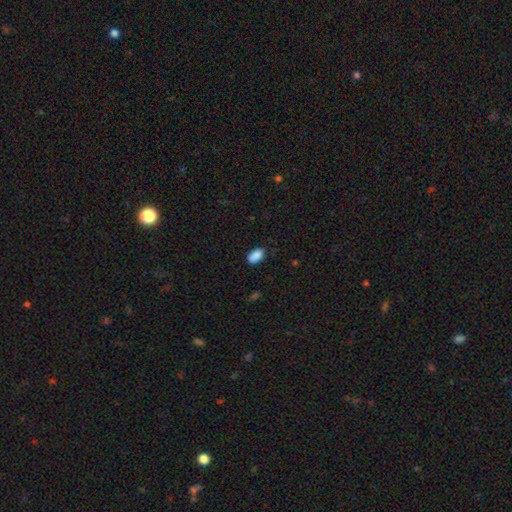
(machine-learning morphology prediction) type=smooth (88%); roundness=in between (92%); merging=none (77%).